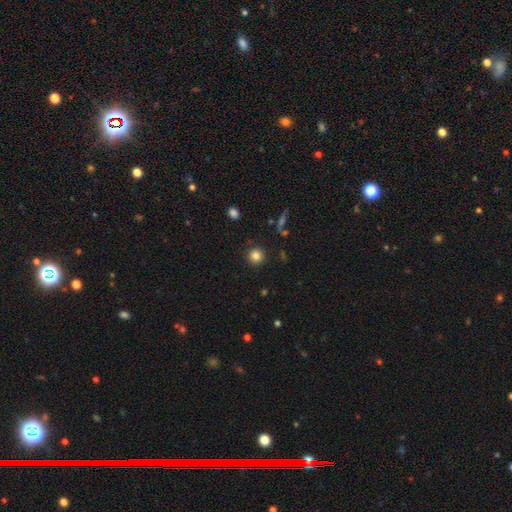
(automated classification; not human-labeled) Morphology: type=smooth (83%); roundness=round (94%); merging=none (90%).